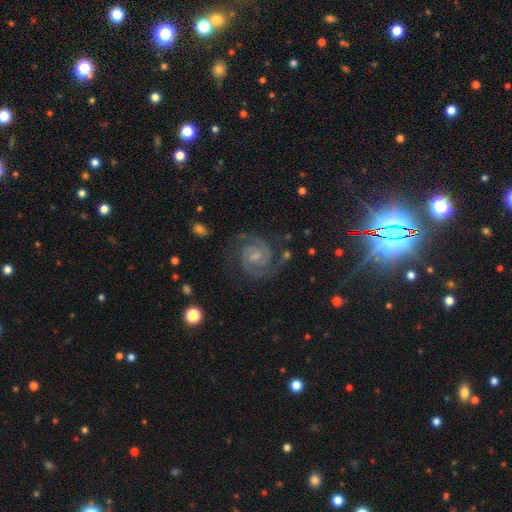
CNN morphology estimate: A featured or disk galaxy (89%) with a weak bar (47%), 2 (88%) tight (59%) spiral arms (98%) and a small central bulge (59%). Merging: none (79%).